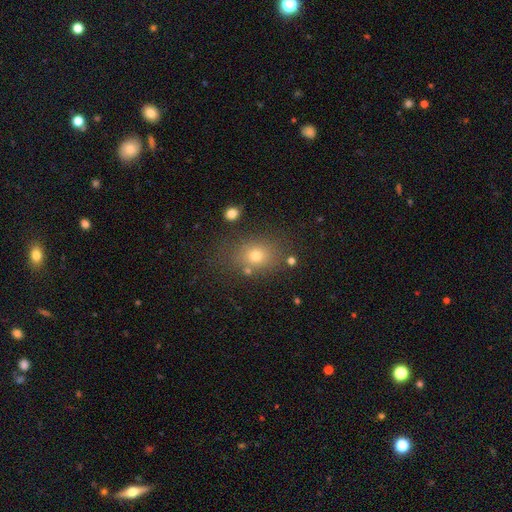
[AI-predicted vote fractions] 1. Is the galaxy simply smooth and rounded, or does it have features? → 71% smooth, 17% star or artifact, 12% featured or disk.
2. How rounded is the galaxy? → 52% in between, 47% round, 1% cigar-shaped.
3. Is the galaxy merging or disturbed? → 76% none, 13% minor disturbance, 6% merger, 6% major disturbance.